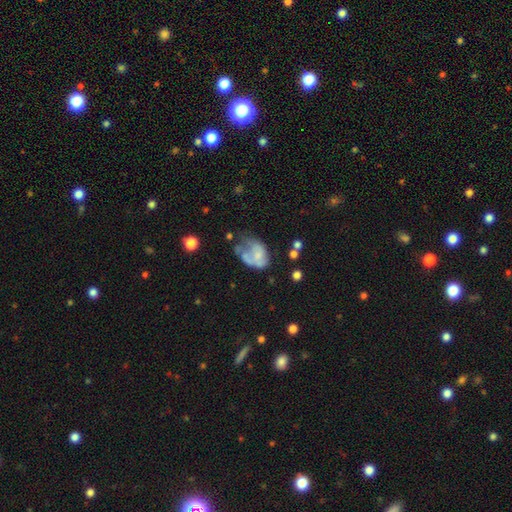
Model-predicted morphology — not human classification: Q: Smooth or featured?
A: featured or disk (47%); runner-up: smooth (43%)
Q: Merging?
A: major disturbance (41%); runner-up: minor disturbance (24%)